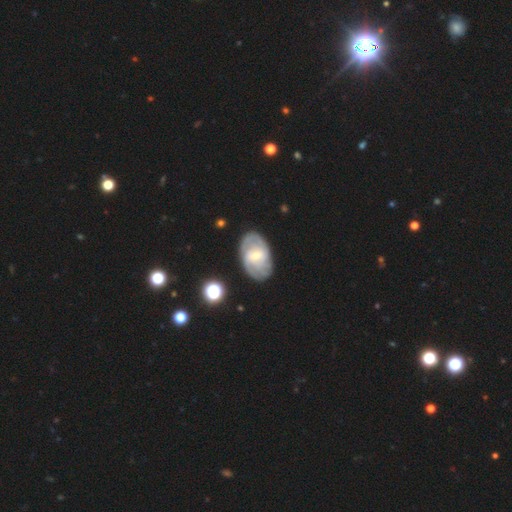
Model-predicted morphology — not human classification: featured or disk 72%, smooth 22%, star or artifact 6%. Down the decision tree: edge-on disk — no (96%); bar — weak (56%); spiral arms — yes (87%); spiral arm count — can't tell (40%); spiral winding — tight (47%); bulge size — small (59%); merging — none (77%).